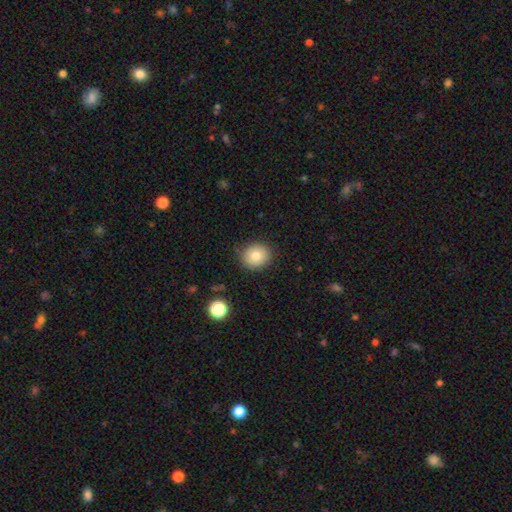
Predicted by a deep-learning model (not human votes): This appears to be a smooth galaxy with no disk features (82%) that is round (75%). Merging: none (86%).